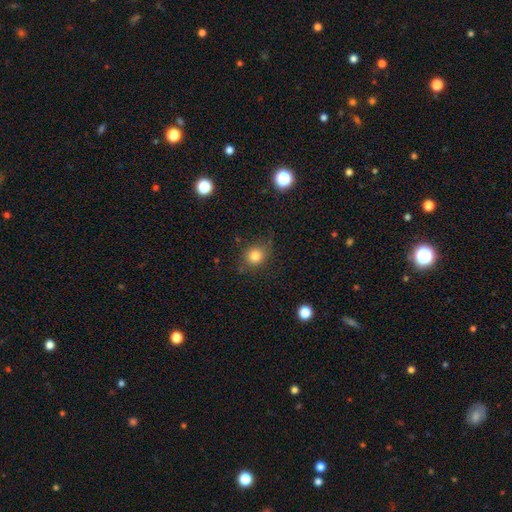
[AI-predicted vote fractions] A smooth galaxy with no disk features (81%) that is round (74%).

Vote fractions:
- Smooth or featured? smooth: 81% / star or artifact: 12% / featured or disk: 7%
- How rounded? round: 74% / in between: 24% / cigar-shaped: 1%
- Merging? none: 74% / minor disturbance: 18% / major disturbance: 6% / merger: 2%